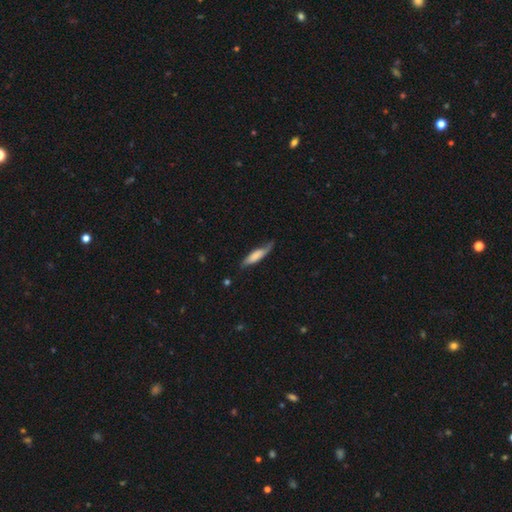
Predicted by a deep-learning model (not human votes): Smooth or featured: smooth — 62% (featured or disk — 32%)
How rounded: cigar-shaped — 69% (in between — 29%)
Merging: none — 57% (minor disturbance — 31%)